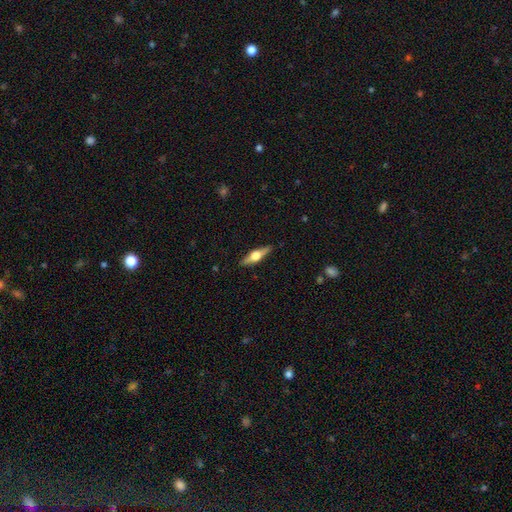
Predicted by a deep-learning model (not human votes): featured or disk 68%, smooth 27%, star or artifact 6%. Down the decision tree: edge-on disk — yes (97%); edge-on bulge — rounded (94%); merging — none (89%).